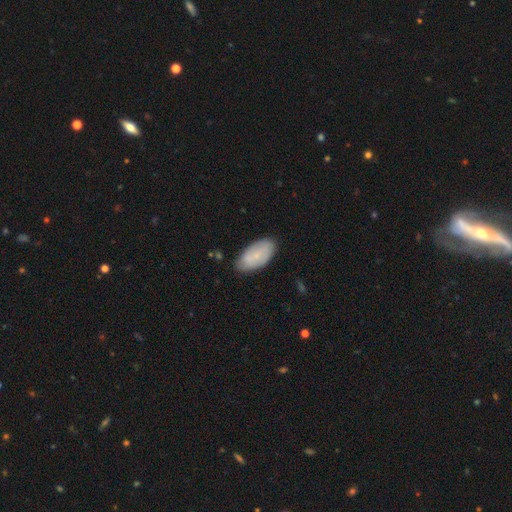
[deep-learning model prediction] smooth_or_featured: smooth (p=0.66) [alt: featured or disk p=0.27]
how_rounded: in between (p=0.94) [alt: cigar-shaped p=0.04]
merging: none (p=0.78) [alt: minor disturbance p=0.18]